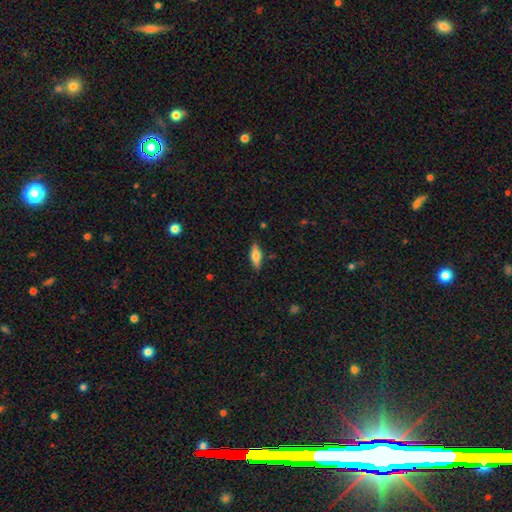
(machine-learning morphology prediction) type=smooth (62%); roundness=in between (52%); merging=none (85%).